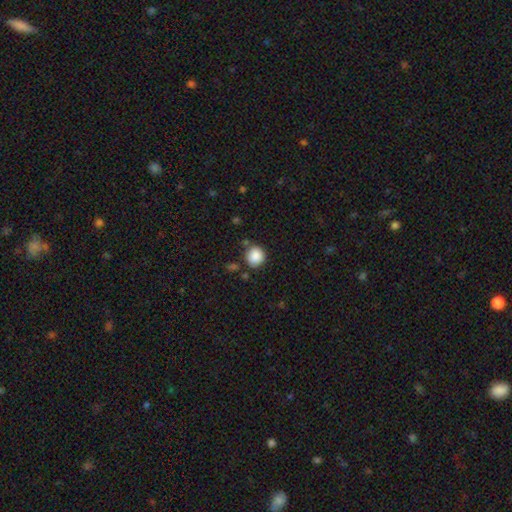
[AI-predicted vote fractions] Smooth or featured?
  - smooth: 88% *
  - star or artifact: 9%
  - featured or disk: 3%
How rounded?
  - round: 86% *
  - in between: 13%
  - cigar-shaped: 1%
Merging?
  - none: 79% *
  - minor disturbance: 12%
  - merger: 5%
  - major disturbance: 4%